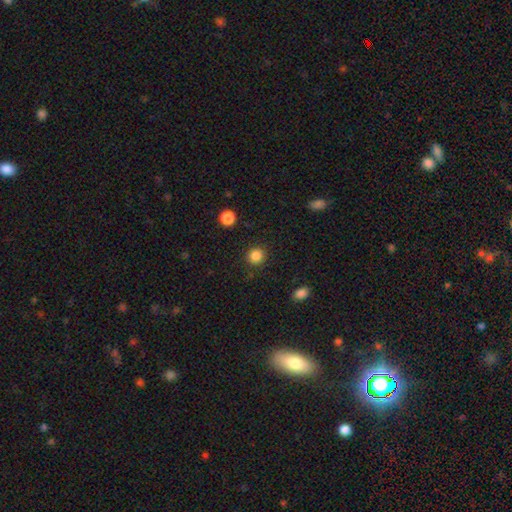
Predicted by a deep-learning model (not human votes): A smooth galaxy with no disk features (86%) that is round (91%).

Vote fractions:
- Smooth or featured? smooth: 86% / star or artifact: 11% / featured or disk: 3%
- How rounded? round: 91% / in between: 8% / cigar-shaped: 1%
- Merging? none: 90% / minor disturbance: 6% / major disturbance: 3% / merger: 1%